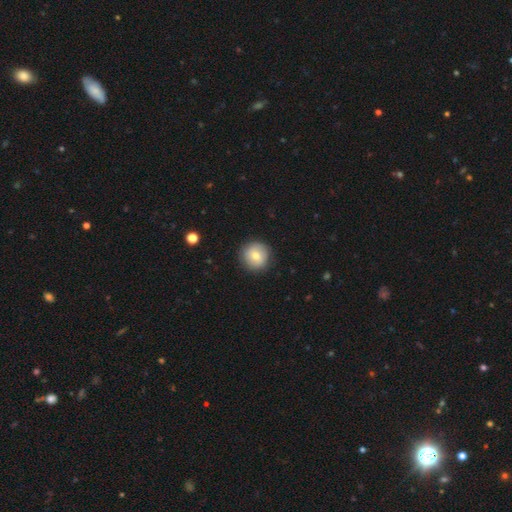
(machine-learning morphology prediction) smooth-or-featured: smooth: 72% | featured or disk: 19% | star or artifact: 9%
  how-rounded: round: 95% | in between: 4% | cigar-shaped: 1%
  merging: none: 88% | minor disturbance: 8% | major disturbance: 2% | merger: 1%